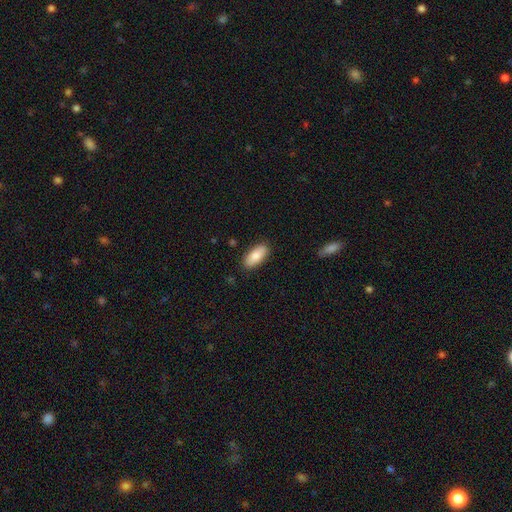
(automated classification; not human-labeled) smooth 82%, featured or disk 12%, star or artifact 6%. Down the decision tree: how rounded — in between (85%); merging — none (87%).